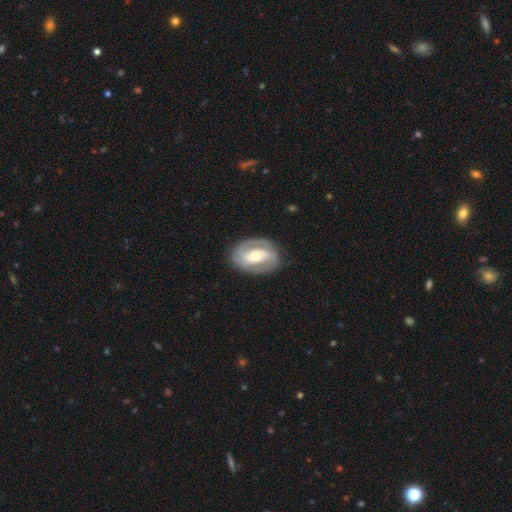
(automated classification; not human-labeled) Q: Smooth or featured?
A: featured or disk (78%); runner-up: smooth (17%)
Q: Edge-on disk?
A: no (96%); runner-up: yes (4%)
Q: Bar?
A: strong (35%); runner-up: weak (34%)
Q: Spiral arms?
A: yes (82%); runner-up: no (18%)
Q: Spiral winding?
A: tight (53%); runner-up: medium (35%)
Q: Spiral arm count?
A: 2 (77%); runner-up: can't tell (11%)
Q: Bulge size?
A: moderate (61%); runner-up: small (32%)
Q: Merging?
A: none (80%); runner-up: minor disturbance (13%)